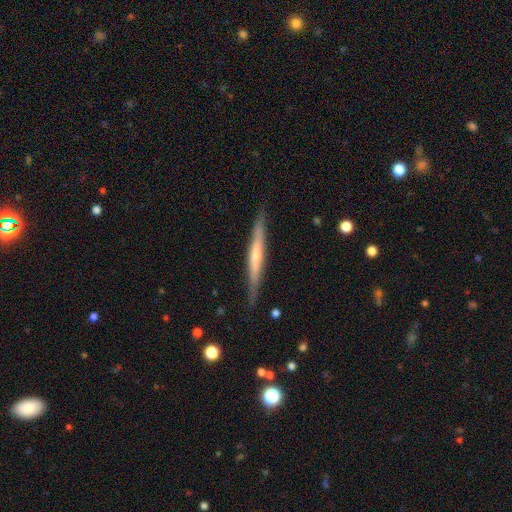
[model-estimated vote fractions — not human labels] Morphology: type=featured or disk (62%); edge-on=yes (96%); edge-on bulge=rounded (50%); merging=none (88%).